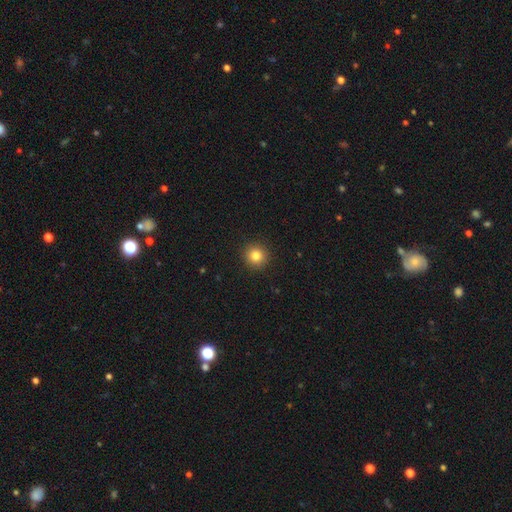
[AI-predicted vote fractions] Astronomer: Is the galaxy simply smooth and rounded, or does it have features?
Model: smooth — 82%.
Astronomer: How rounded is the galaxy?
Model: round — 95%.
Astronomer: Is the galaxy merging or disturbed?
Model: none — 93%.